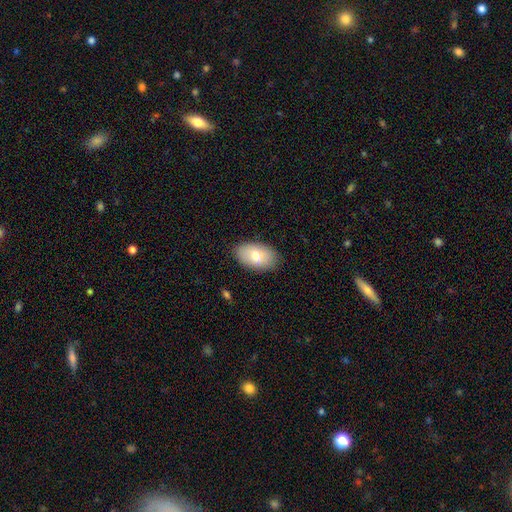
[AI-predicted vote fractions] This appears to be a smooth galaxy with no disk features (75%) that is in between round and cigar-shaped (93%). Merging: none (85%).